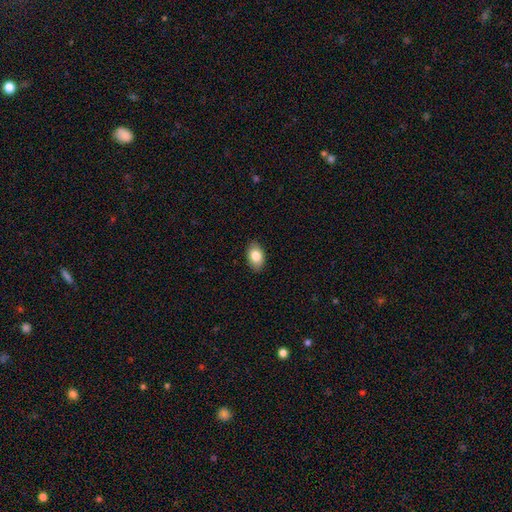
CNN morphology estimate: Q: Smooth or featured?
A: smooth (82%); runner-up: featured or disk (10%)
Q: How rounded?
A: in between (89%); runner-up: round (10%)
Q: Merging?
A: none (88%); runner-up: minor disturbance (9%)